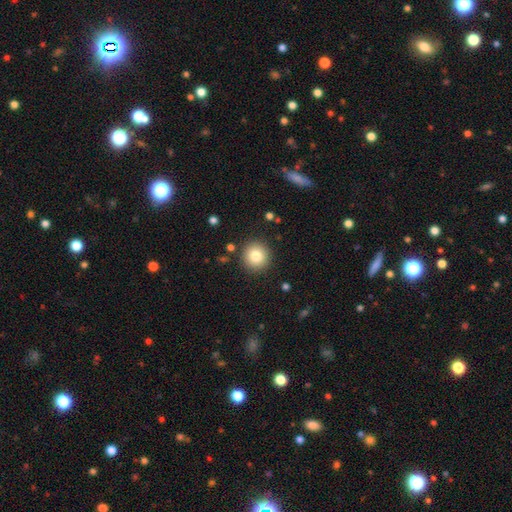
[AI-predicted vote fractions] smooth 81%, star or artifact 10%, featured or disk 9%. Down the decision tree: how rounded — round (94%); merging — none (90%).